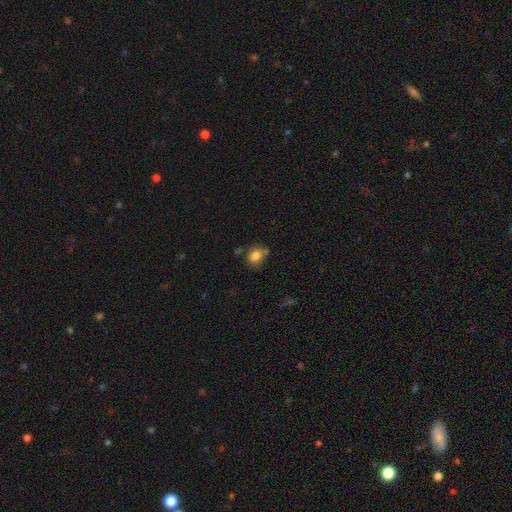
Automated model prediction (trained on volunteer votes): Overall: smooth (81%). How rounded: in between (51%; round 48%). Merging: none (60%; minor disturbance 23%).